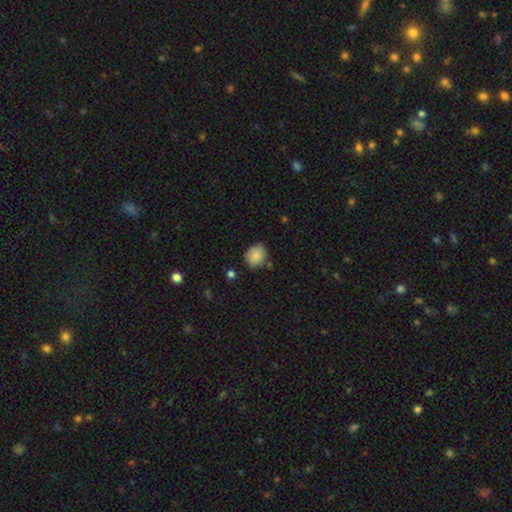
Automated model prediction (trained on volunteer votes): The model was most divided on "how rounded": in between: 50%, round: 49%, cigar-shaped: 1%. More confident: smooth or featured — smooth (80%); merging — none (68%).